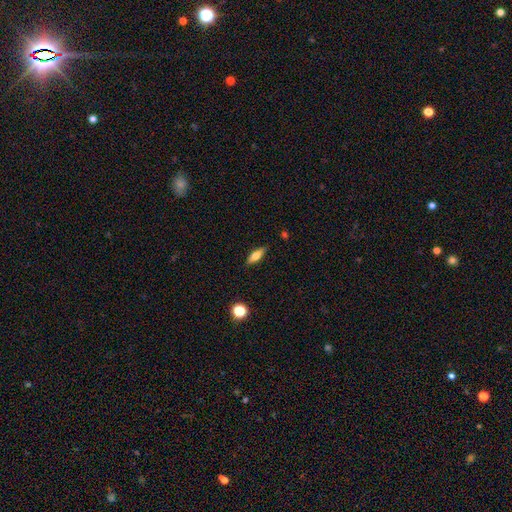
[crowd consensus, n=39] Smooth or featured?
  - smooth: 54% *
  - featured or disk: 41%
  - star or artifact: 5%
How rounded?
  - in between: 67% *
  - cigar-shaped: 33%
  - round: 0%
Merging?
  - none: 97% *
  - minor disturbance: 3%
  - major disturbance: 0%
  - merger: 0%